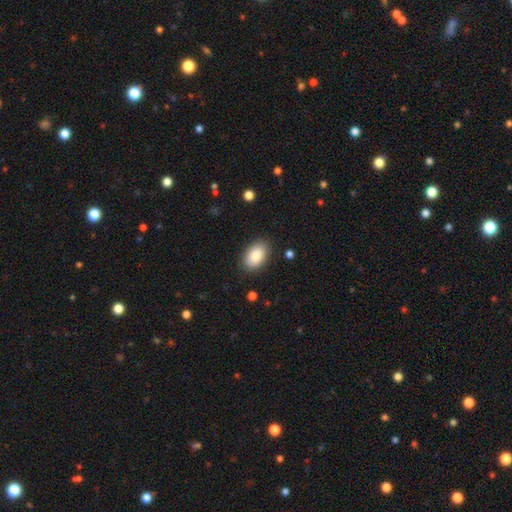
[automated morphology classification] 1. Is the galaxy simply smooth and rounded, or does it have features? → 86% smooth, 7% featured or disk, 7% star or artifact.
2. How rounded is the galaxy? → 91% in between, 8% round, 1% cigar-shaped.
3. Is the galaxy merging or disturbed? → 86% none, 10% minor disturbance, 3% major disturbance, 1% merger.